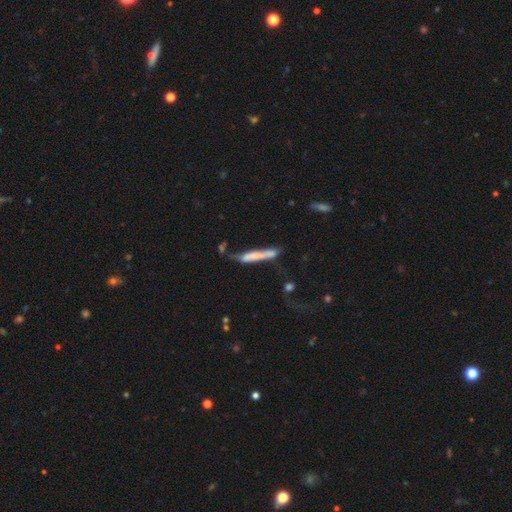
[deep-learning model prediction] Morphology: type=smooth (54%); roundness=cigar-shaped (92%); merging=none (43%).